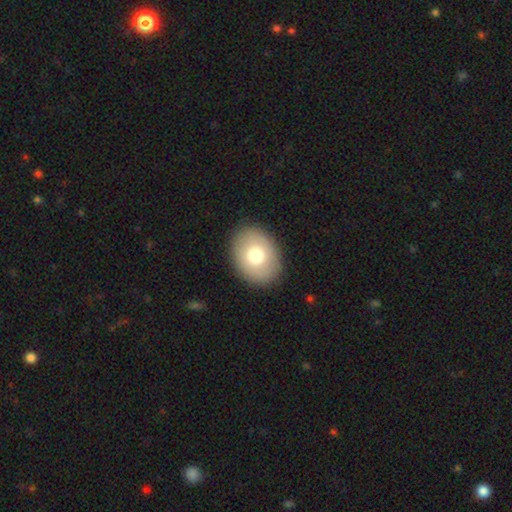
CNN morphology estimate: This is likely a smooth galaxy (76%). How rounded: likely in between (67%). Merging: clearly none (89%).